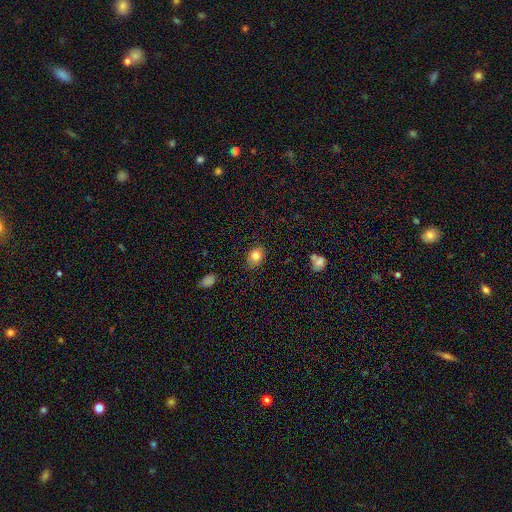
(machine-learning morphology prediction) A smooth galaxy with no disk features (82%) that is in between round and cigar-shaped (51%). Merging: none (85%).